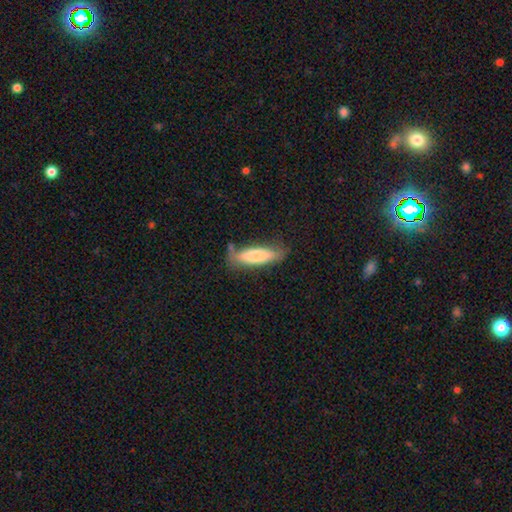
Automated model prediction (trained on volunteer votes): smooth-or-featured: smooth: 78% | featured or disk: 16% | star or artifact: 6%
  how-rounded: cigar-shaped: 62% | in between: 37% | round: 2%
  merging: none: 65% | minor disturbance: 24% | major disturbance: 6% | merger: 5%